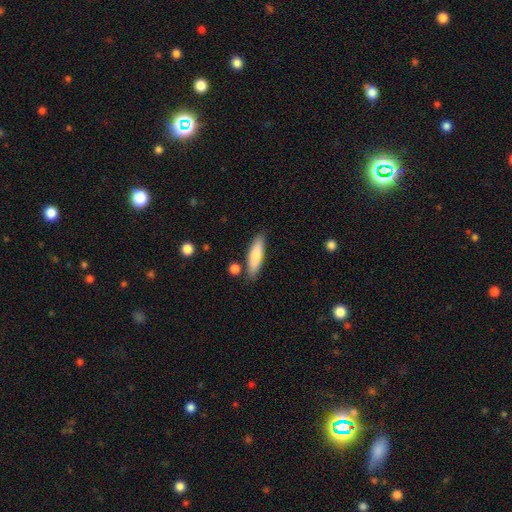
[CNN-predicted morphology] smooth_or_featured: smooth (p=0.80) [alt: featured or disk p=0.15]
how_rounded: cigar-shaped (p=0.69) [alt: in between p=0.29]
merging: none (p=0.83) [alt: minor disturbance p=0.11]